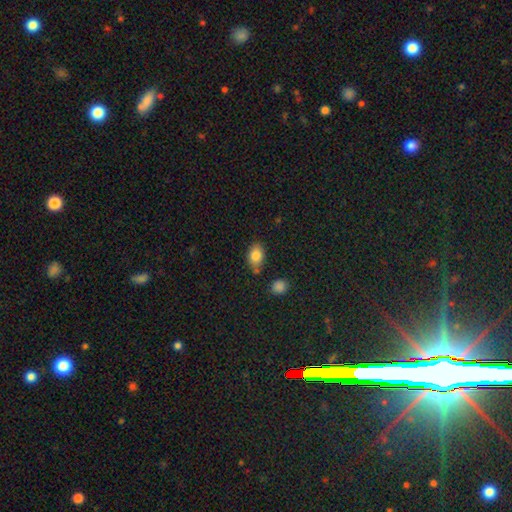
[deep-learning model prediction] smooth_or_featured: smooth (p=0.83) [alt: featured or disk p=0.09]
how_rounded: in between (p=0.82) [alt: round p=0.16]
merging: none (p=0.75) [alt: minor disturbance p=0.16]